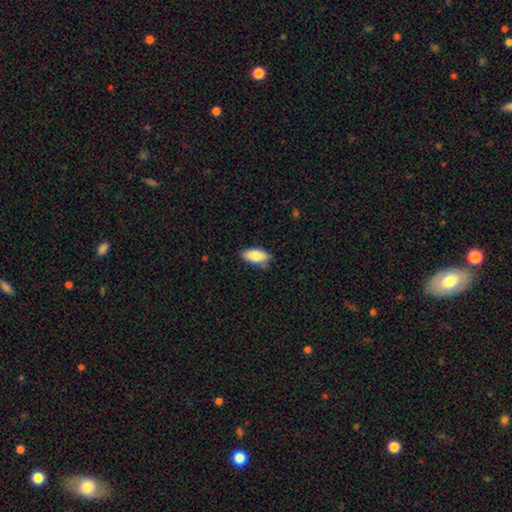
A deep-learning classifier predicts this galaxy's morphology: A smooth galaxy with no disk features (85%) that is in between round and cigar-shaped (89%). Merging: none (79%).